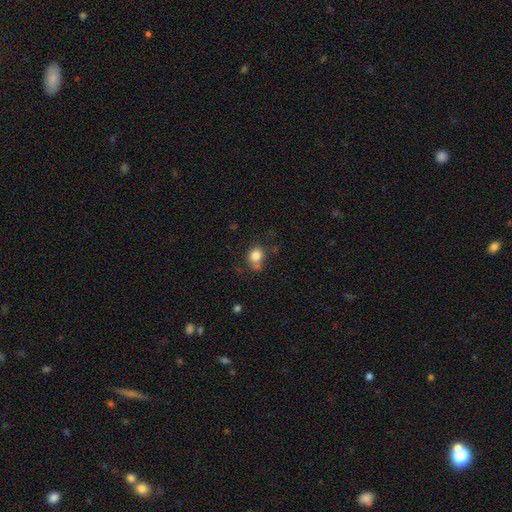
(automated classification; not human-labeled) Smooth or featured? smooth (82%)
How rounded? round (67%)
Merging? none (60%)